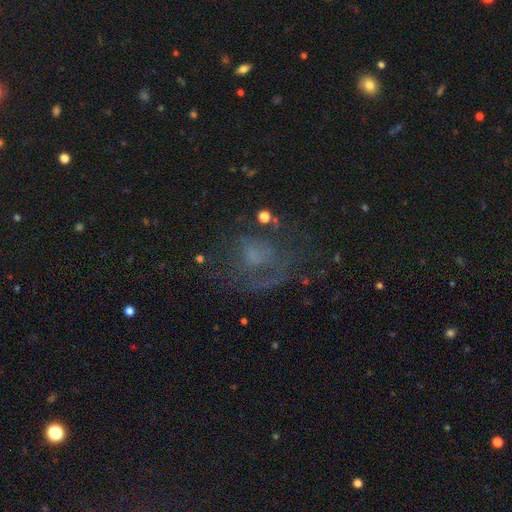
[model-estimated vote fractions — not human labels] Smooth or featured? featured or disk (51%)
Edge-on disk? no (97%)
Merging? none (46%)